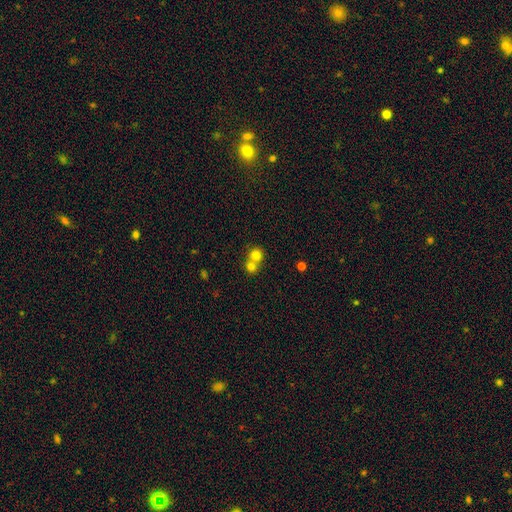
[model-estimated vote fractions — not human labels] This appears to be a smooth galaxy with no disk features (77%) that is round (86%). Merging: merger (56%).